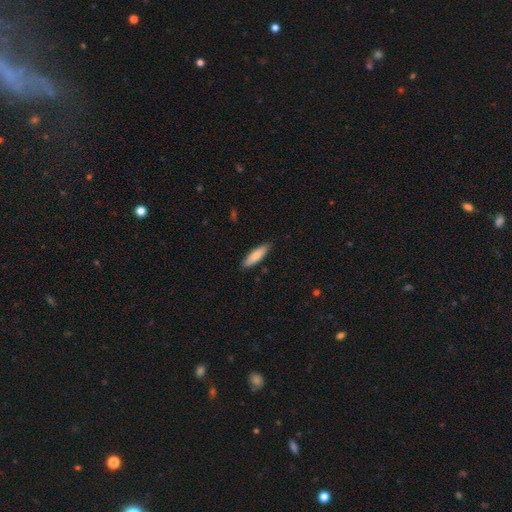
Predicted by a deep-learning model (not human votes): Smooth or featured: smooth — 81% (featured or disk — 13%)
How rounded: cigar-shaped — 60% (in between — 39%)
Merging: none — 87% (minor disturbance — 10%)